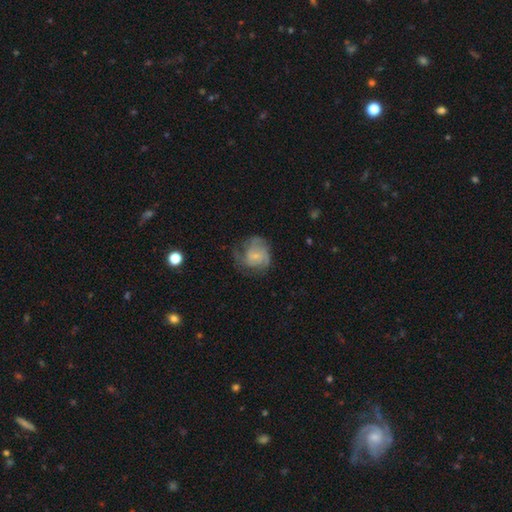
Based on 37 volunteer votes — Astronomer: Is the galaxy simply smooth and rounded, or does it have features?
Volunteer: featured or disk — 62%.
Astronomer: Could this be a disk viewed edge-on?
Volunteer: no — 96%.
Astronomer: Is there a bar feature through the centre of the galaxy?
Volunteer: no — 86%.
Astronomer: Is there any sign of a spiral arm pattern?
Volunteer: yes — 77%.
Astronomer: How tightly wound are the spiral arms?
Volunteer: medium — 53% (runner-up: tight, 41%).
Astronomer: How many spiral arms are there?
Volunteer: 3 — 59%.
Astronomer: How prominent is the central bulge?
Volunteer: small — 77%.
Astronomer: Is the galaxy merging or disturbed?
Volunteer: none — 50%.